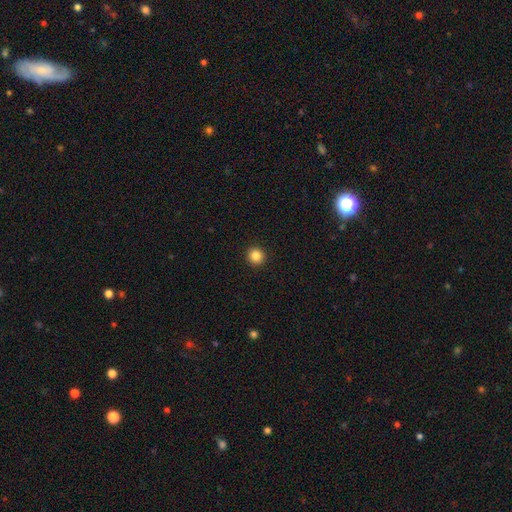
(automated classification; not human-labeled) The model was most divided on "smooth or featured": smooth: 86%, star or artifact: 11%, featured or disk: 4%. More confident: how rounded — round (94%); merging — none (94%).